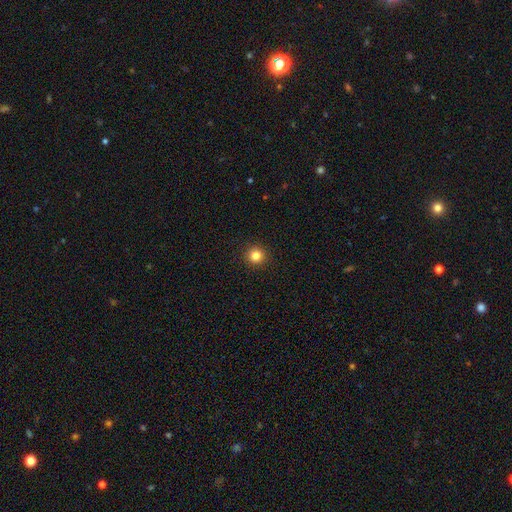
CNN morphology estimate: type=smooth (83%); roundness=round (95%); merging=none (93%).